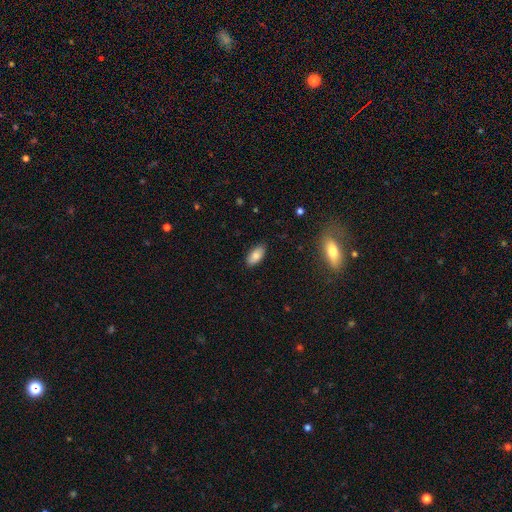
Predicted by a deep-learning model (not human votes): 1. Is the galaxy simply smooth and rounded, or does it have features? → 83% smooth, 9% featured or disk, 8% star or artifact.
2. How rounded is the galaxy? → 93% in between, 5% cigar-shaped, 3% round.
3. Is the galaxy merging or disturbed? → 86% none, 11% minor disturbance, 2% major disturbance, 1% merger.